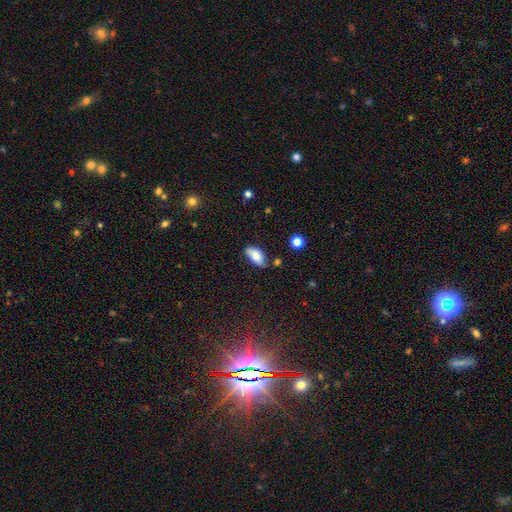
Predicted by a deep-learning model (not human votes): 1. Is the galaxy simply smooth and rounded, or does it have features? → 77% smooth, 16% featured or disk, 7% star or artifact.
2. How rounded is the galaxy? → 92% in between, 5% cigar-shaped, 3% round.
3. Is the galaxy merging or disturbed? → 69% none, 23% minor disturbance, 5% merger, 4% major disturbance.